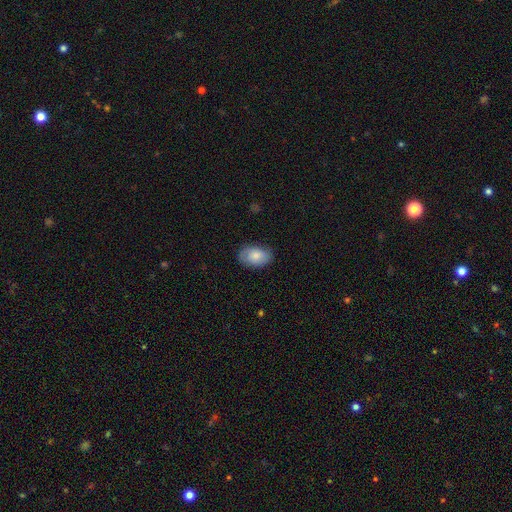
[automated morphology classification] smooth 76%, featured or disk 18%, star or artifact 7%. Down the decision tree: how rounded — in between (90%); merging — none (79%).